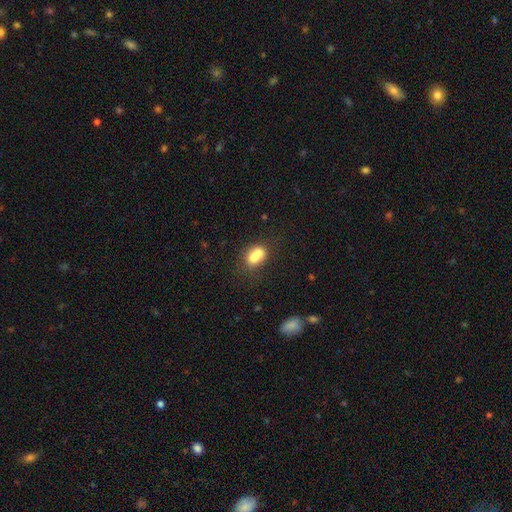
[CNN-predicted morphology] This is likely a smooth galaxy (68%). How rounded: possibly in between (51%). Merging: possibly merger (59%).